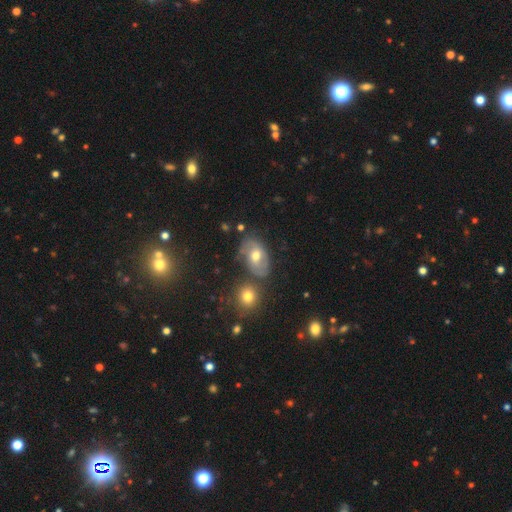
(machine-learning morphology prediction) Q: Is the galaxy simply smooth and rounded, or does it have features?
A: featured or disk — 49%.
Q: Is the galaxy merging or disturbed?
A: none — 59%.